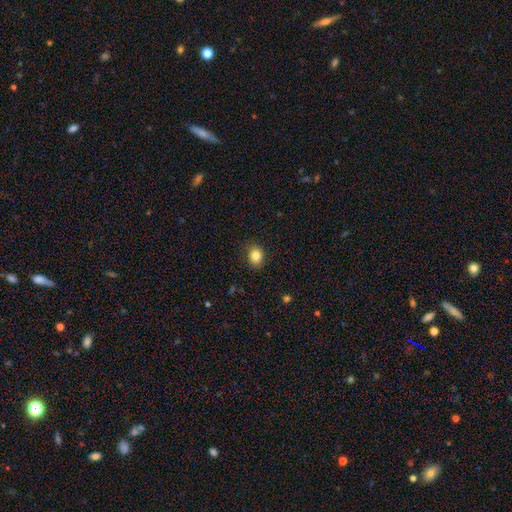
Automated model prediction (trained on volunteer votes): smooth_or_featured: smooth (p=0.84) [alt: star or artifact p=0.10]
how_rounded: round (p=0.56) [alt: in between p=0.43]
merging: none (p=0.86) [alt: minor disturbance p=0.10]